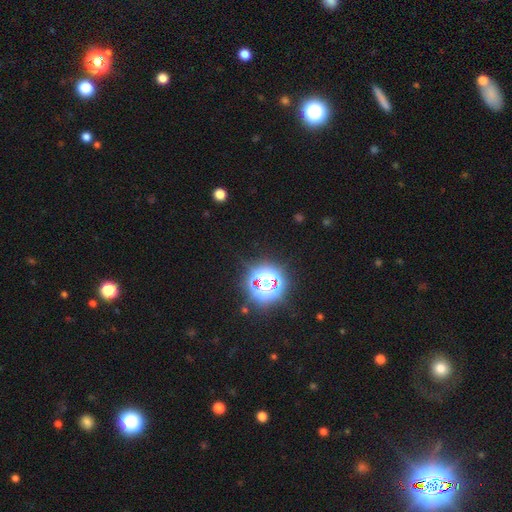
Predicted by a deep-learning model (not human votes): Morphology: type=star or artifact (81%).